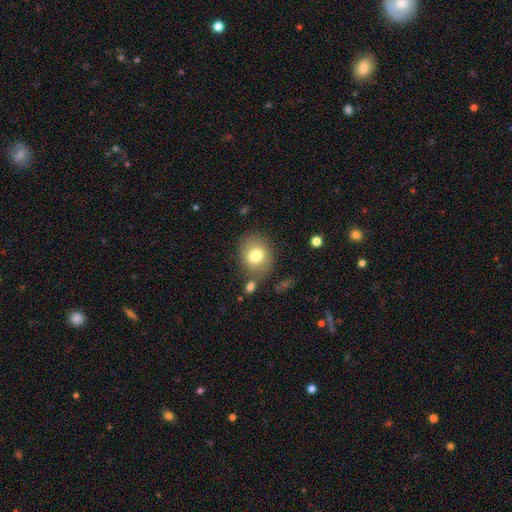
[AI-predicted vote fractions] Smooth or featured?
  - smooth: 76% *
  - featured or disk: 15%
  - star or artifact: 9%
How rounded?
  - round: 65% *
  - in between: 34%
  - cigar-shaped: 1%
Merging?
  - none: 74% *
  - minor disturbance: 14%
  - merger: 7%
  - major disturbance: 5%